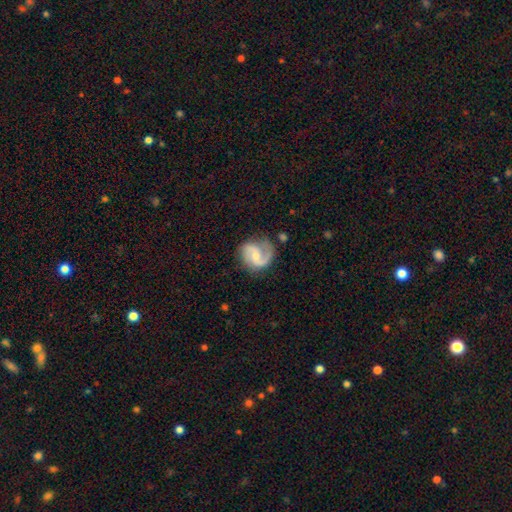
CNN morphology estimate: smooth-or-featured: featured or disk: 85% | smooth: 11% | star or artifact: 5%
  disk-edge-on: no: 98% | yes: 2%
    bar: weak: 45% | no: 43% | strong: 12%
    has-spiral-arms: yes: 96% | no: 4%
      spiral-winding: medium: 52% | loose: 30% | tight: 19%
      spiral-arm-count: 2: 78% | 1: 15% | can't tell: 3% | 3: 1% | 4: 1% | more than 4: 1%
    bulge-size: small: 47% (tied) | moderate: 47% (tied) | none: 3% | large: 2% | dominant: 1%
  merging: none: 68% | minor disturbance: 20% | major disturbance: 10% | merger: 2%